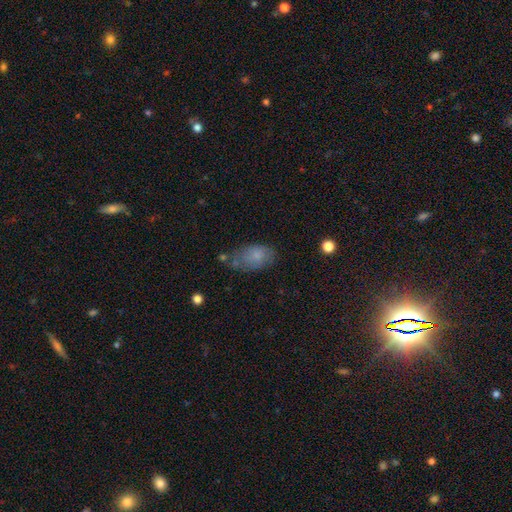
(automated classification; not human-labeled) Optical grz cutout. It shows a smooth galaxy with no disk features (76%) that is in between round and cigar-shaped (91%). Merging: none (50%).